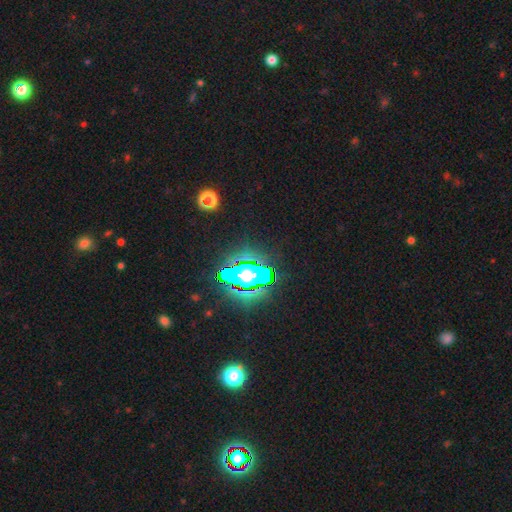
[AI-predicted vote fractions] Morphology: type=star or artifact (65%).